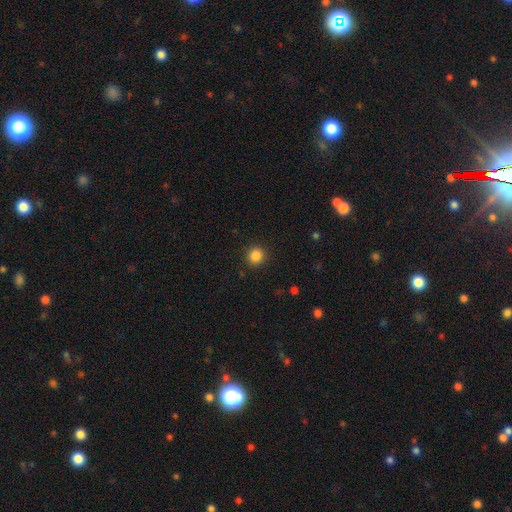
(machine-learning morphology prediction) Smooth or featured? smooth (85%)
How rounded? round (93%)
Merging? none (92%)